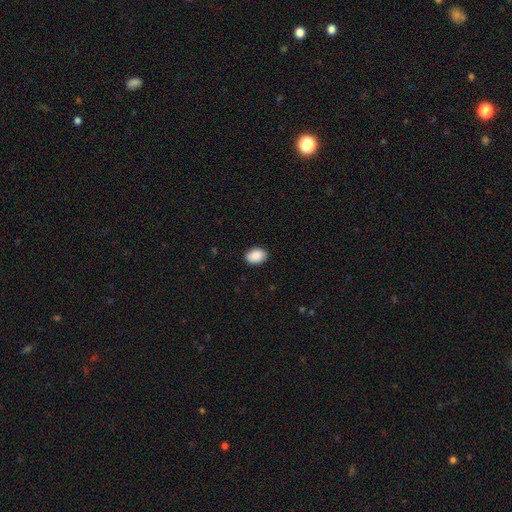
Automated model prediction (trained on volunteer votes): Q: Smooth or featured?
A: smooth (90%); runner-up: star or artifact (6%)
Q: How rounded?
A: in between (82%); runner-up: round (17%)
Q: Merging?
A: none (88%); runner-up: minor disturbance (9%)